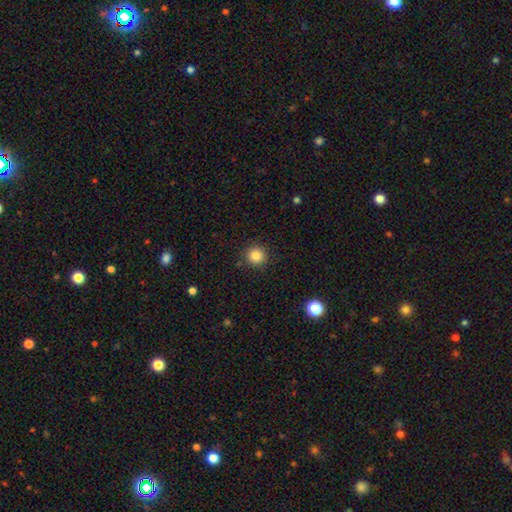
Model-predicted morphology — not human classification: The model was most divided on "smooth or featured": smooth: 84%, star or artifact: 11%, featured or disk: 5%. More confident: how rounded — round (94%); merging — none (89%).